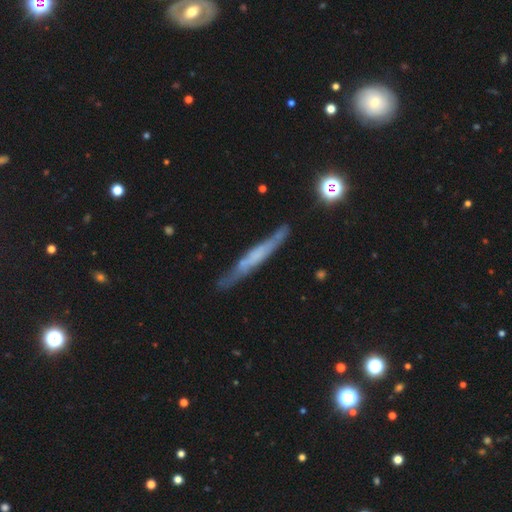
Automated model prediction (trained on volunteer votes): smooth-or-featured: featured or disk: 58% | smooth: 34% | star or artifact: 8%
  disk-edge-on: yes: 87% | no: 13%
    edge-on-bulge: none: 64% | boxy: 18% | rounded: 18%
  merging: none: 74% | minor disturbance: 18% | major disturbance: 5% | merger: 3%